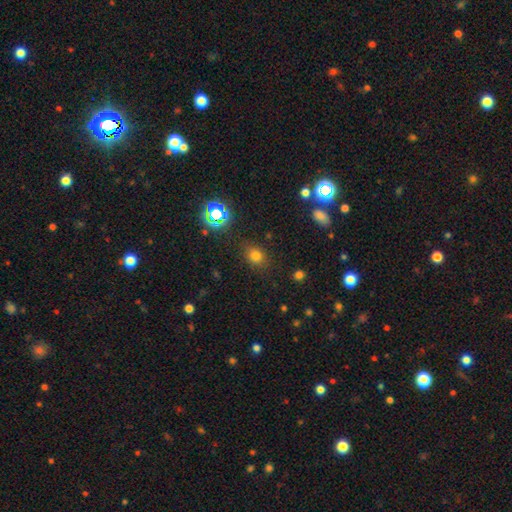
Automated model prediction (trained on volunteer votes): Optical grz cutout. It shows a smooth galaxy with no disk features (70%) that is round (59%). Merging: none (81%).